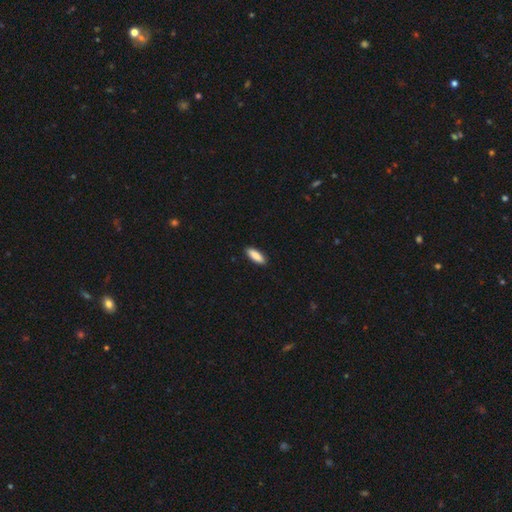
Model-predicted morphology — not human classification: The model was most divided on "how rounded": in between: 55%, cigar-shaped: 44%, round: 2%. More confident: merging — none (90%); smooth or featured — smooth (88%).